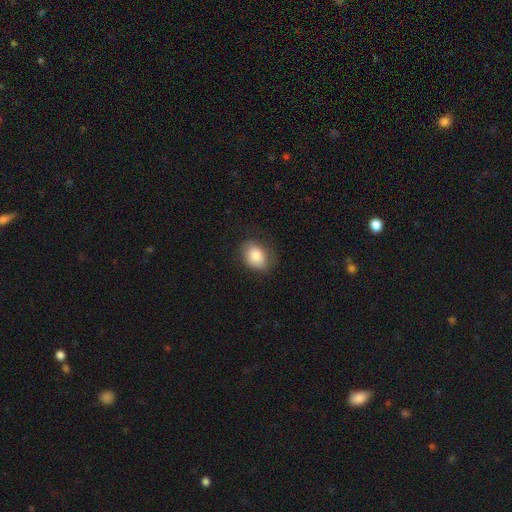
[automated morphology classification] A smooth galaxy with no disk features (86%) that is in between round and cigar-shaped (71%).

Vote fractions:
- Smooth or featured? smooth: 86% / featured or disk: 7% / star or artifact: 7%
- How rounded? in between: 71% / round: 28% / cigar-shaped: 1%
- Merging? none: 75% / minor disturbance: 18% / major disturbance: 6% / merger: 1%